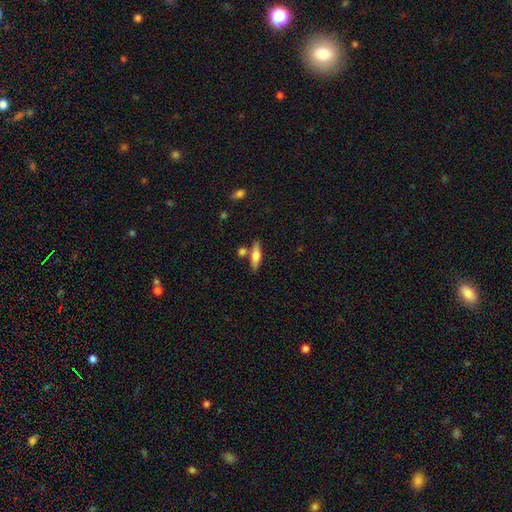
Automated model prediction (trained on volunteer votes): Morphology: type=smooth (57%); roundness=cigar-shaped (62%); merging=none (73%).